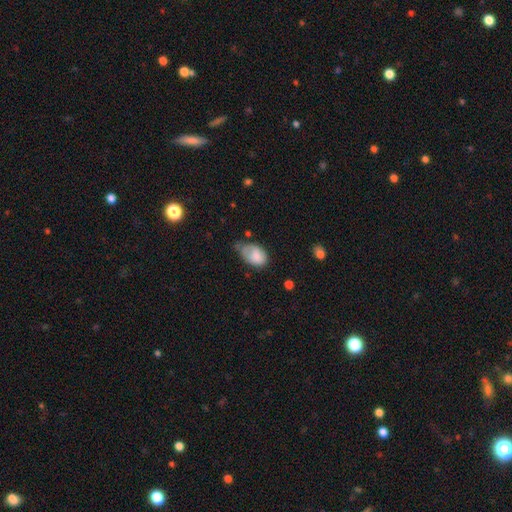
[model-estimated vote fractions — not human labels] smooth_or_featured: smooth (p=0.80) [alt: featured or disk p=0.13]
how_rounded: in between (p=0.88) [alt: round p=0.10]
merging: minor disturbance (p=0.44) [alt: none p=0.32]